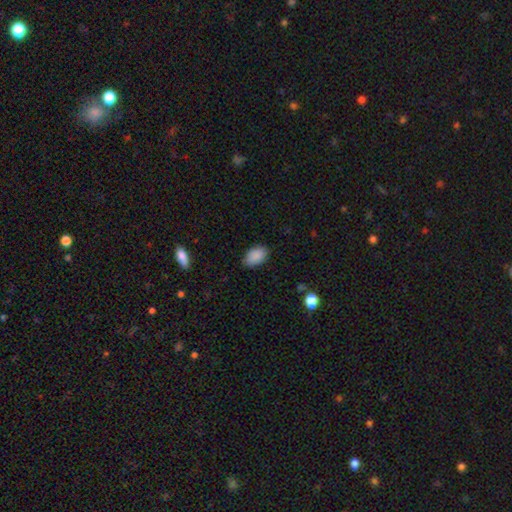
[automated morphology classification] Smooth or featured?
  - smooth: 89% *
  - star or artifact: 7%
  - featured or disk: 3%
How rounded?
  - in between: 90% *
  - round: 8%
  - cigar-shaped: 1%
Merging?
  - none: 82% *
  - minor disturbance: 15%
  - major disturbance: 3%
  - merger: 1%